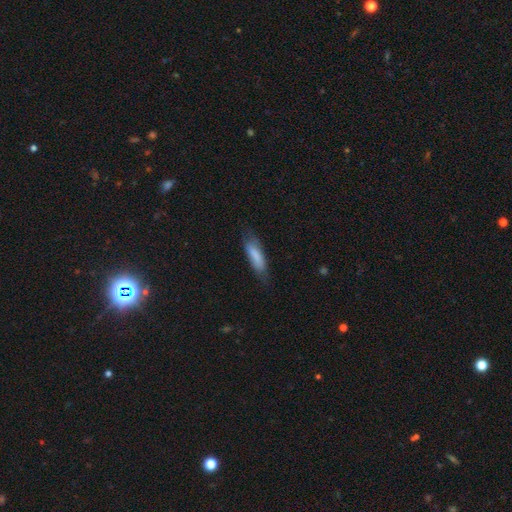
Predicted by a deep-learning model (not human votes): This appears to be a smooth galaxy with no disk features (78%) that is cigar-shaped (51%). Merging: none (65%).